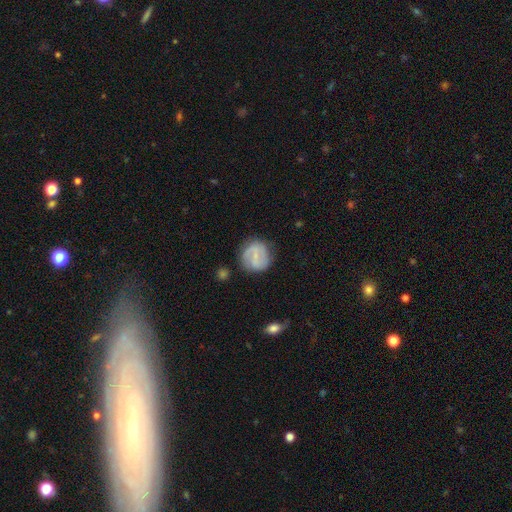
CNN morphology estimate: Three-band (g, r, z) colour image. It shows a featured or disk galaxy (53%) with a weak bar (51%), spiral arms (78%) and a small central bulge (55%). Merging: none (73%).